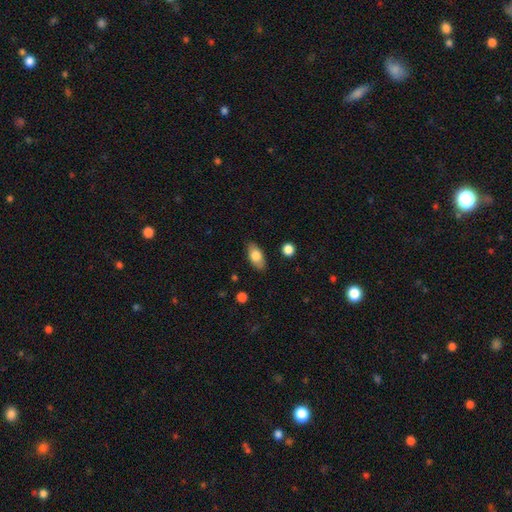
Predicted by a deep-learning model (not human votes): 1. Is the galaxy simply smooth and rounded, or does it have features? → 77% smooth, 16% featured or disk, 7% star or artifact.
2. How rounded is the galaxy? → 89% in between, 6% cigar-shaped, 5% round.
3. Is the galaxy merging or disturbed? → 84% none, 12% minor disturbance, 3% major disturbance, 1% merger.